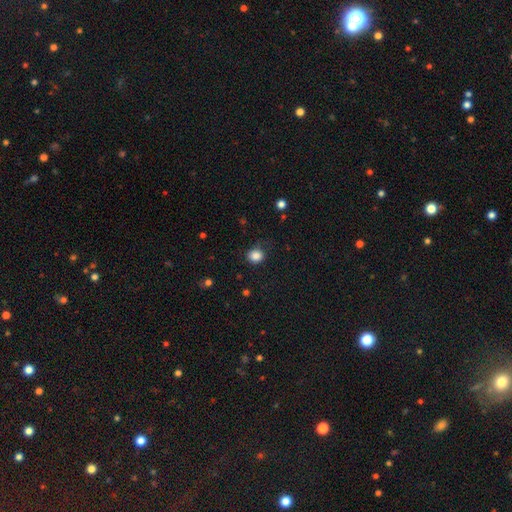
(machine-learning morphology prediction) Smooth or featured? smooth (85%)
How rounded? round (76%)
Merging? none (74%)